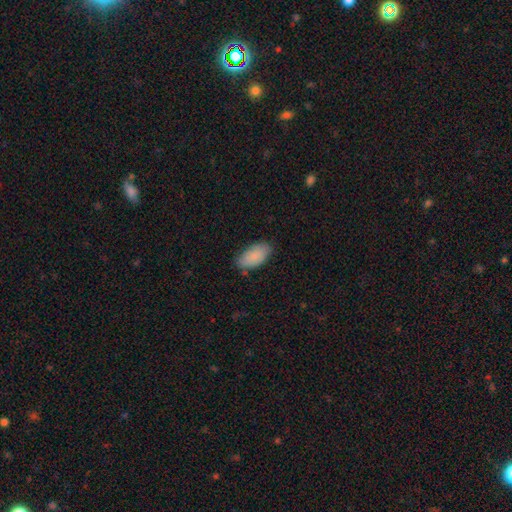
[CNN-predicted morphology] This is clearly a smooth galaxy (87%). How rounded: clearly in between (94%). Merging: likely none (79%).